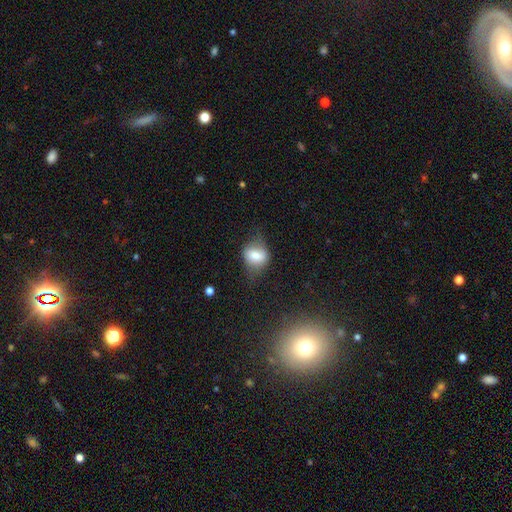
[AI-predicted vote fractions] Smooth or featured? smooth (67%)
How rounded? in between (60%)
Merging? none (49%)